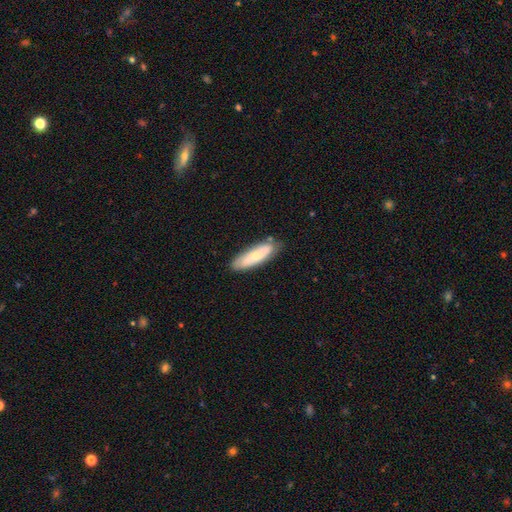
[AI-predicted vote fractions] Morphology: type=smooth (57%); roundness=cigar-shaped (53%); merging=none (78%).